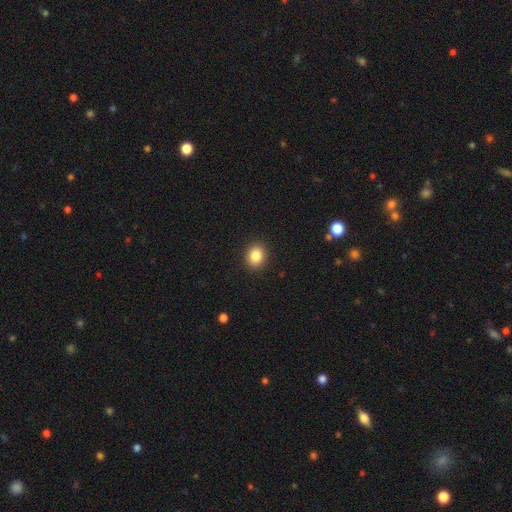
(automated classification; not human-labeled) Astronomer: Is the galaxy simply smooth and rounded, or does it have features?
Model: smooth — 85%.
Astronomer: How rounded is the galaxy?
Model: round — 62% (runner-up: in between, 37%).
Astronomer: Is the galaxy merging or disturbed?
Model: none — 90%.